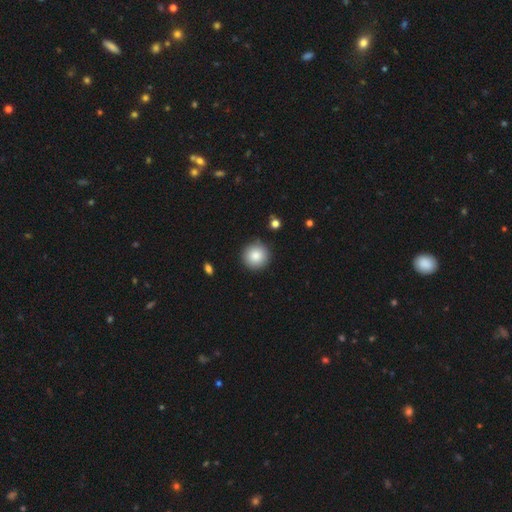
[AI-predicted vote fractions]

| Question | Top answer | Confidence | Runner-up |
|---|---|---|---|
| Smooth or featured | smooth | 85% | star or artifact (8%) |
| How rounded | round | 95% | in between (4%) |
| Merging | none | 89% | minor disturbance (7%) |